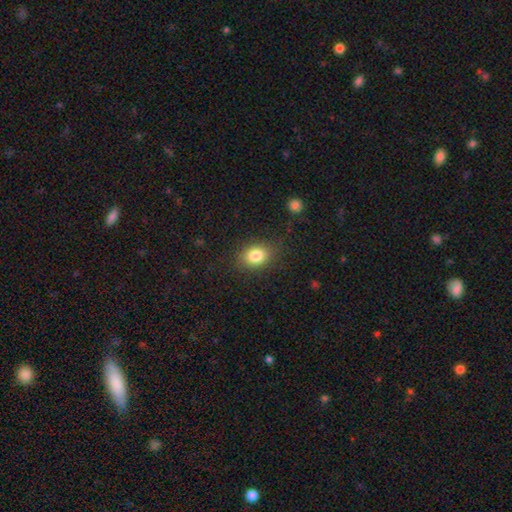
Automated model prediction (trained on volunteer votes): A smooth galaxy with no disk features (83%) that is in between round and cigar-shaped (64%).

Vote fractions:
- Smooth or featured? smooth: 83% / star or artifact: 9% / featured or disk: 8%
- How rounded? in between: 64% / round: 35% / cigar-shaped: 1%
- Merging? none: 84% / minor disturbance: 11% / major disturbance: 4% / merger: 1%